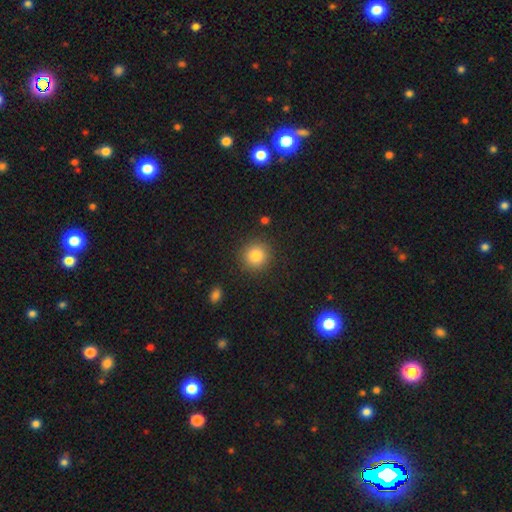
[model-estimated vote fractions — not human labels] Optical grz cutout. It shows a smooth galaxy with no disk features (83%) that is round (92%). Merging: none (89%).